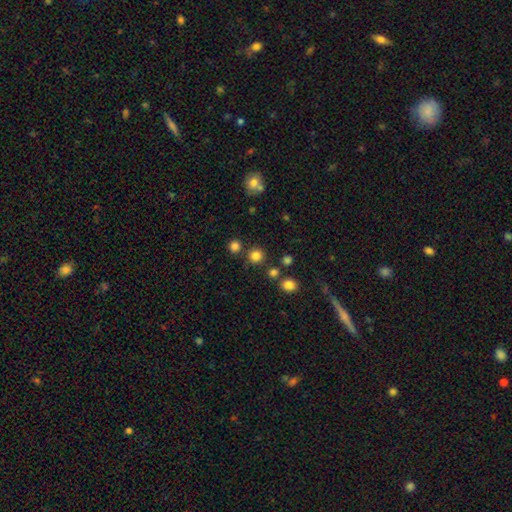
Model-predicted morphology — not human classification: This is clearly a smooth galaxy (81%). How rounded: clearly round (93%). Merging: clearly none (83%).